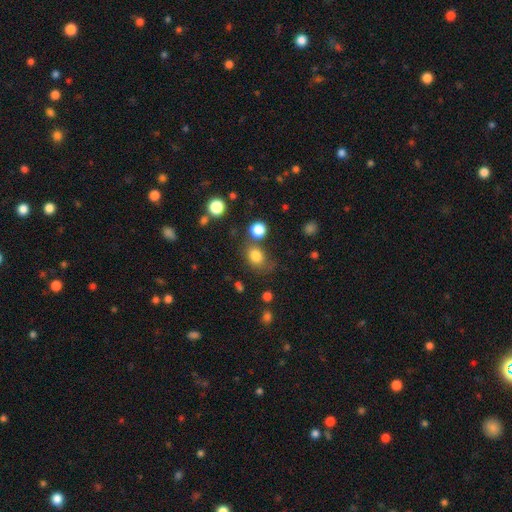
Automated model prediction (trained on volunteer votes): Smooth or featured: smooth — 81% (star or artifact — 13%)
How rounded: round — 58% (in between — 41%)
Merging: none — 62% (minor disturbance — 16%)